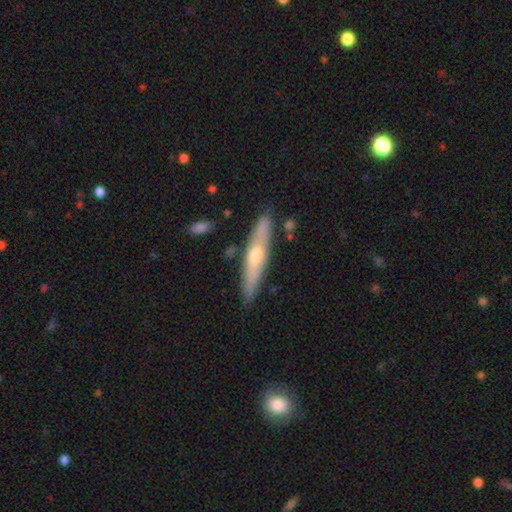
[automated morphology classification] This appears to be a featured or disk galaxy (55%) viewed edge-on (84%). Merging: none (84%).